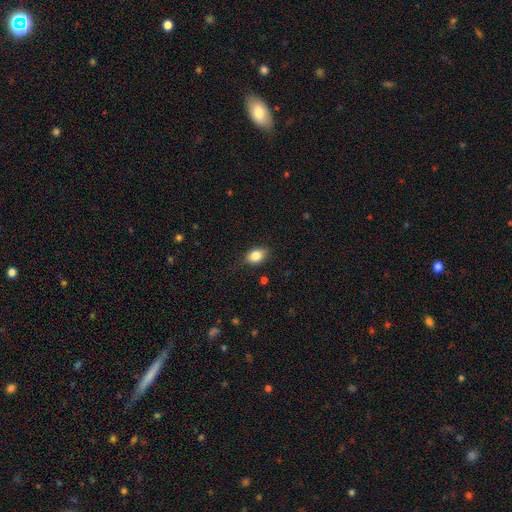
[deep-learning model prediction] A smooth galaxy with no disk features (83%) that is in between round and cigar-shaped (73%). Merging: none (79%).